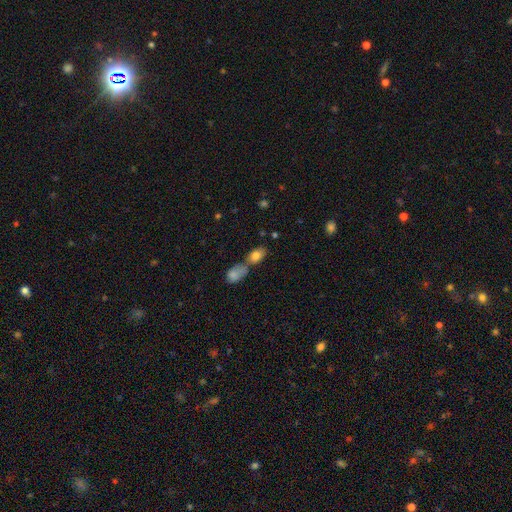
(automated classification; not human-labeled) Q: Smooth or featured?
A: smooth (80%); runner-up: featured or disk (12%)
Q: How rounded?
A: in between (84%); runner-up: round (11%)
Q: Merging?
A: merger (48%); runner-up: none (37%)